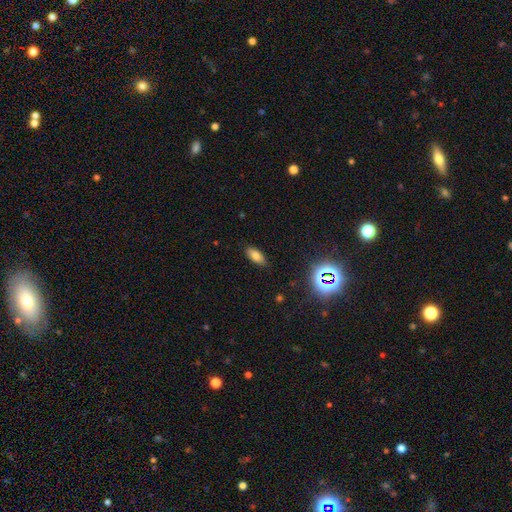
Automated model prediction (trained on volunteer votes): smooth 75%, star or artifact 13%, featured or disk 12%. Down the decision tree: how rounded — in between (85%); merging — none (87%).